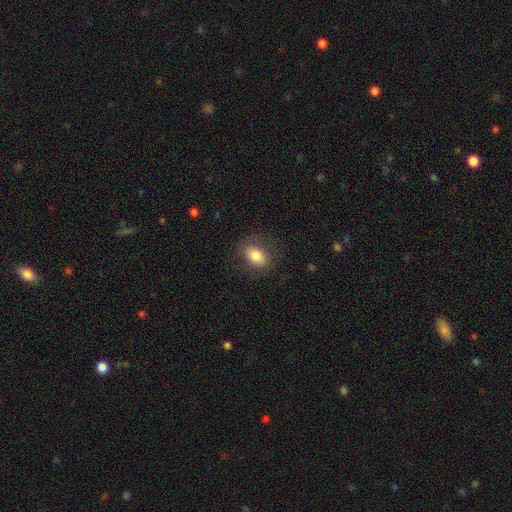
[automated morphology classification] Smooth or featured? Predicted: smooth (p=0.79). How rounded? Predicted: in between (p=0.79). Merging? Predicted: none (p=0.78).